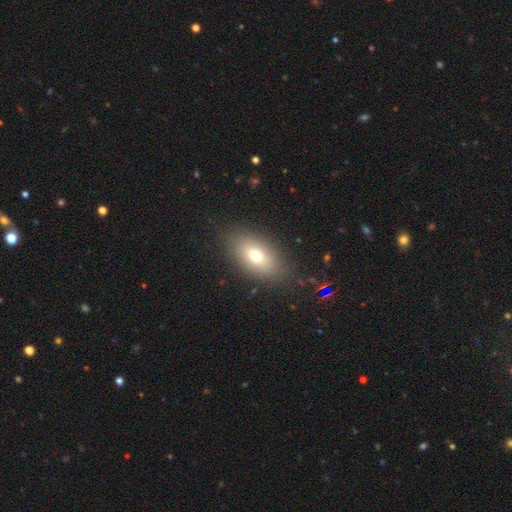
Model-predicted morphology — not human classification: Smooth or featured? smooth (72%)
How rounded? in between (88%)
Merging? none (84%)